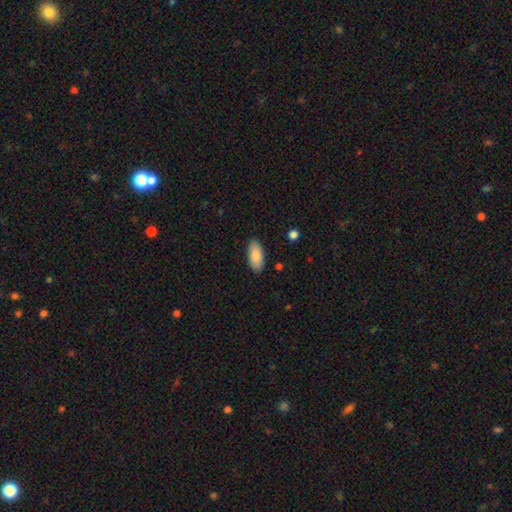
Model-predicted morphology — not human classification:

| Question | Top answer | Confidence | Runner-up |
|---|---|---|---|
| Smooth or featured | smooth | 87% | featured or disk (7%) |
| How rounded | in between | 89% | cigar-shaped (9%) |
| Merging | none | 88% | minor disturbance (9%) |